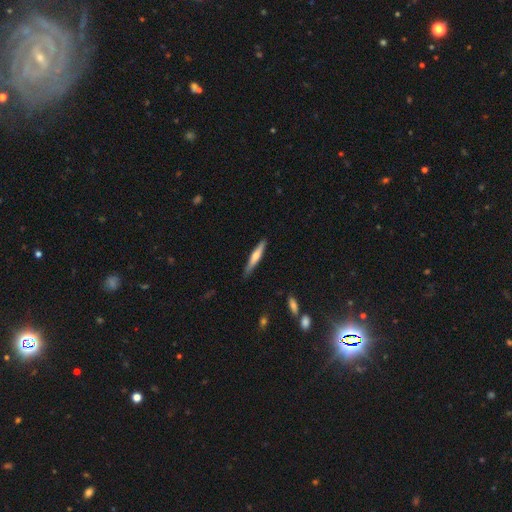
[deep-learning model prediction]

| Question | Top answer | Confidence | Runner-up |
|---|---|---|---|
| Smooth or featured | smooth | 51% | featured or disk (44%) |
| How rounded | cigar-shaped | 92% | in between (7%) |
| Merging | none | 84% | minor disturbance (13%) |